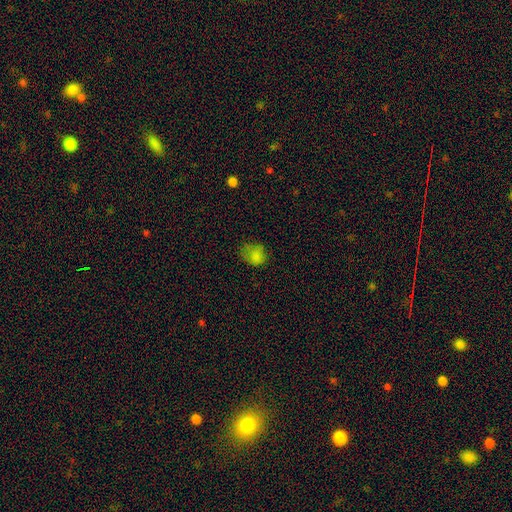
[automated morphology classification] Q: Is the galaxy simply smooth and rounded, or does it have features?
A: smooth — 78%.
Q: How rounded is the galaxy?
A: round — 67%.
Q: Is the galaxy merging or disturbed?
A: none — 53%.